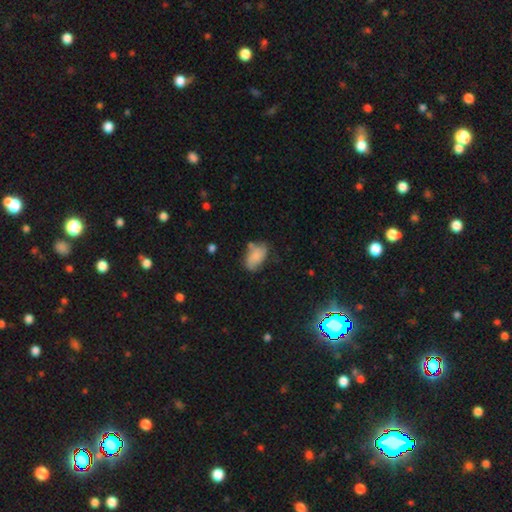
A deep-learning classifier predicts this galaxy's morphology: A smooth galaxy with no disk features (72%) that is in between round and cigar-shaped (90%).

Vote fractions:
- Smooth or featured? smooth: 72% / featured or disk: 19% / star or artifact: 9%
- How rounded? in between: 90% / round: 8% / cigar-shaped: 2%
- Merging? none: 48% / minor disturbance: 32% / major disturbance: 12% / merger: 9%